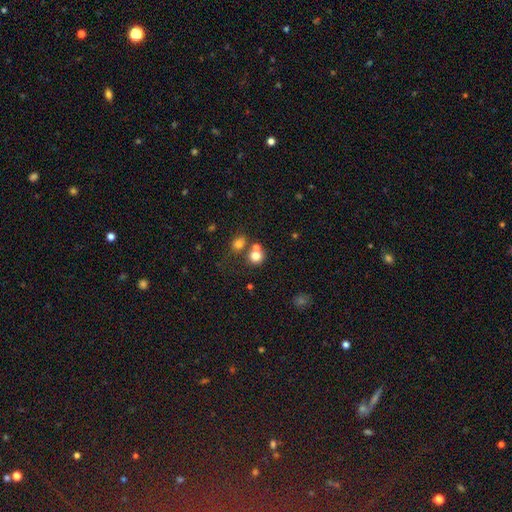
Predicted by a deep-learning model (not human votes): smooth 76%, star or artifact 14%, featured or disk 10%. Down the decision tree: how rounded — round (79%); merging — none (49%).